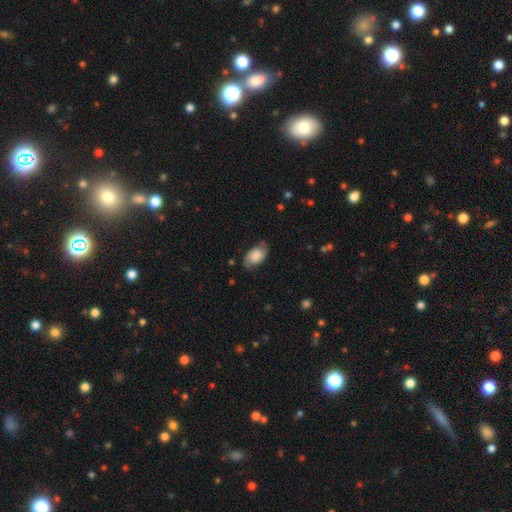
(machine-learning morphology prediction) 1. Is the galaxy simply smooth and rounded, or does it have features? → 57% smooth, 35% featured or disk, 8% star or artifact.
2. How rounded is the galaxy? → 90% in between, 8% round, 2% cigar-shaped.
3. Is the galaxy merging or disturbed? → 73% none, 20% minor disturbance, 6% major disturbance, 1% merger.